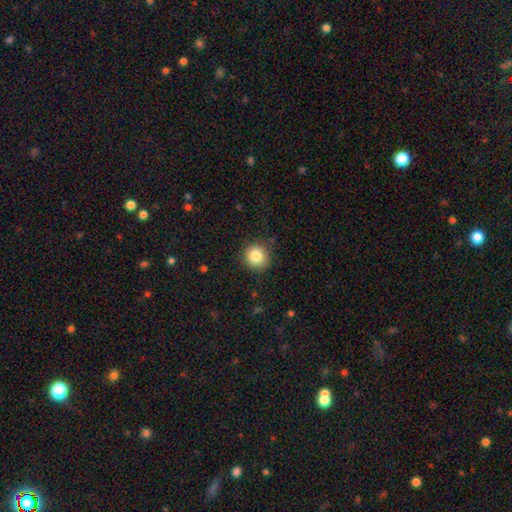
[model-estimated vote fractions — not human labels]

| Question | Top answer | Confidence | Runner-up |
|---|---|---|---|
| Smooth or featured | smooth | 84% | star or artifact (10%) |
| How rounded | round | 92% | in between (7%) |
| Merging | none | 87% | minor disturbance (9%) |